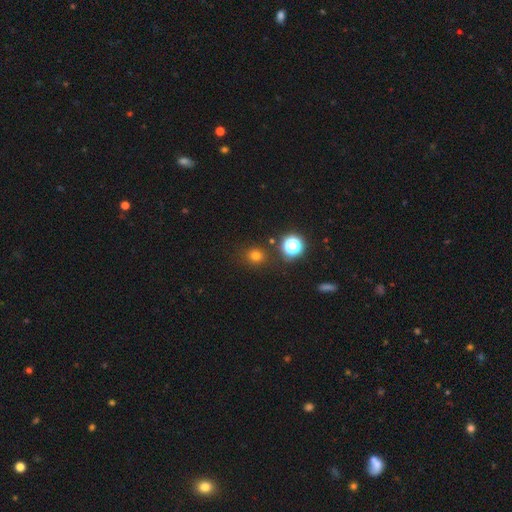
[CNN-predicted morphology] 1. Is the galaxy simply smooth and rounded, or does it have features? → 73% smooth, 21% star or artifact, 6% featured or disk.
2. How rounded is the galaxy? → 82% round, 17% in between, 1% cigar-shaped.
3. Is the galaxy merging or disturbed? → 85% none, 8% minor disturbance, 3% merger, 3% major disturbance.